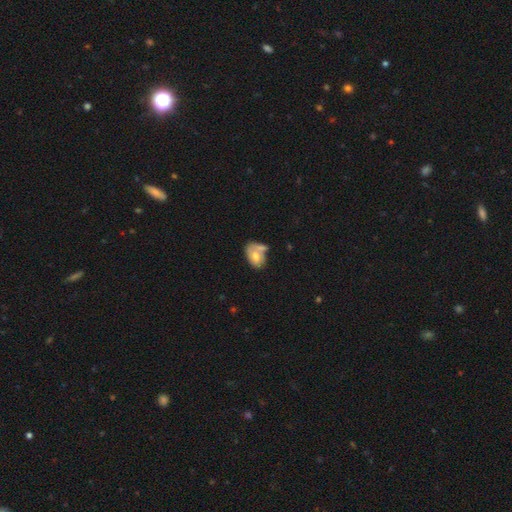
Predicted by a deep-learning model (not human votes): Smooth or featured? Predicted: smooth (p=0.61). How rounded? Predicted: in between (p=0.84). Merging? Predicted: merger (p=0.37).